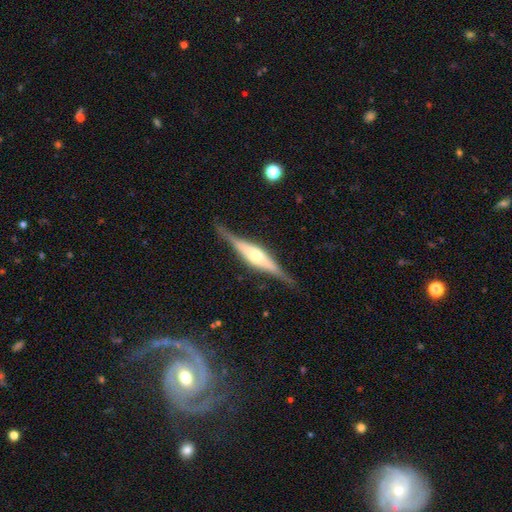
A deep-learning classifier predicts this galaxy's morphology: Smooth or featured?
  - featured or disk: 80% *
  - smooth: 15%
  - star or artifact: 5%
Edge-on disk?
  - yes: 97% *
  - no: 3%
Edge-on bulge?
  - rounded: 72% *
  - boxy: 24%
  - none: 4%
Merging?
  - none: 85% *
  - minor disturbance: 11%
  - major disturbance: 3%
  - merger: 1%